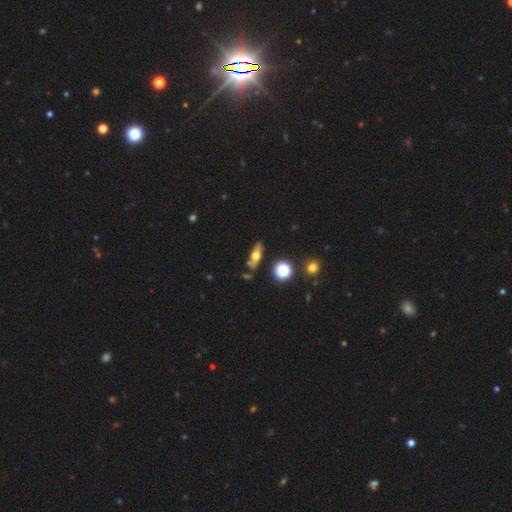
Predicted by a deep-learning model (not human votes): Q: Smooth or featured?
A: smooth (50%); runner-up: featured or disk (38%)
Q: How rounded?
A: in between (62%); runner-up: cigar-shaped (28%)
Q: Merging?
A: none (71%); runner-up: minor disturbance (15%)